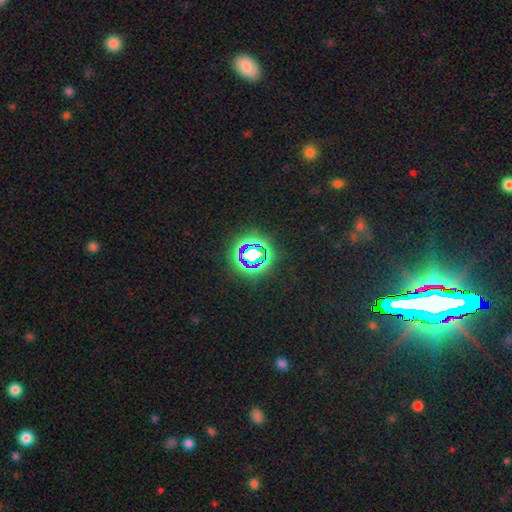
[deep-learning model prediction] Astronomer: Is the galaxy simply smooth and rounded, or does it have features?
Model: star or artifact — 76%.